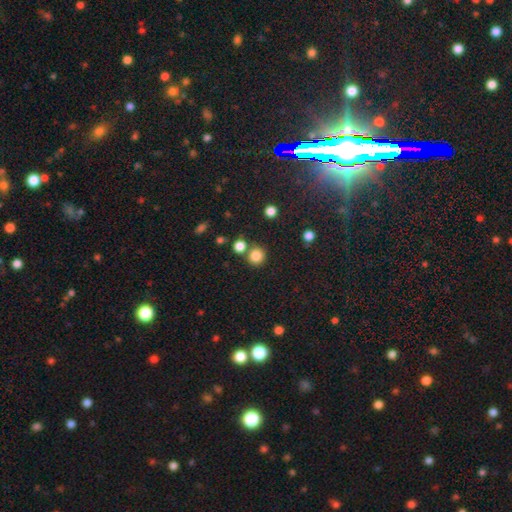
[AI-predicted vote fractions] A smooth galaxy with no disk features (83%) that is round (90%). Merging: none (74%).